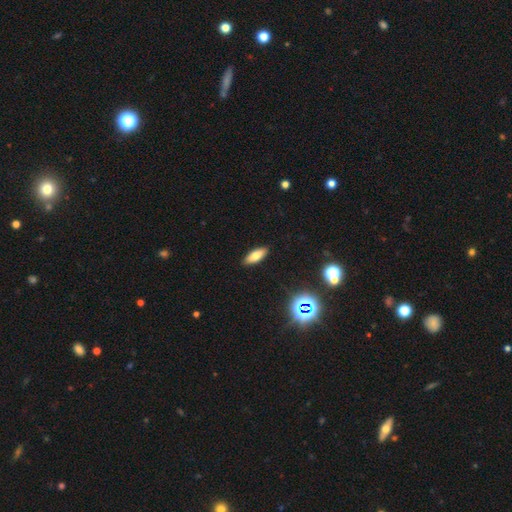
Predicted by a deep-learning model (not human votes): smooth-or-featured: smooth: 73% | featured or disk: 15% | star or artifact: 11%
  how-rounded: in between: 72% | cigar-shaped: 25% | round: 3%
  merging: none: 89% | minor disturbance: 8% | major disturbance: 2% | merger: 1%